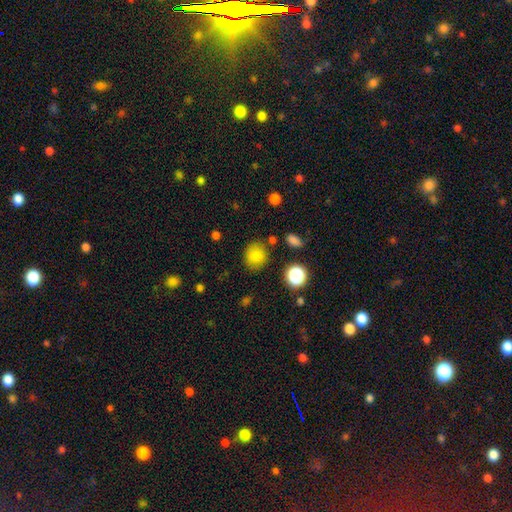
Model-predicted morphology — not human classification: type=smooth (81%); roundness=round (77%); merging=none (80%).